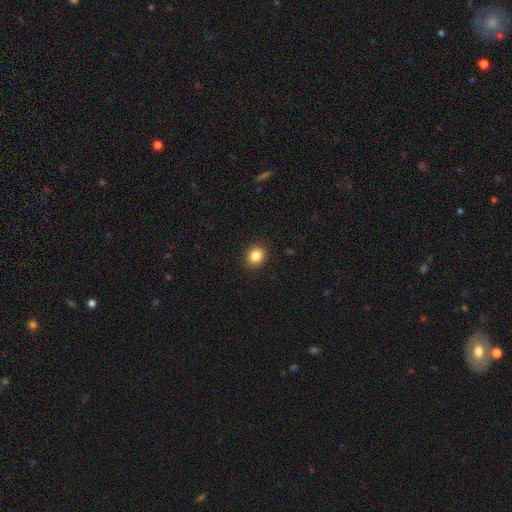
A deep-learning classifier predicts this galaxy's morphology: Smooth or featured?
  - smooth: 86% *
  - star or artifact: 10%
  - featured or disk: 4%
How rounded?
  - round: 83% *
  - in between: 16%
  - cigar-shaped: 1%
Merging?
  - none: 91% *
  - minor disturbance: 6%
  - major disturbance: 2%
  - merger: 1%